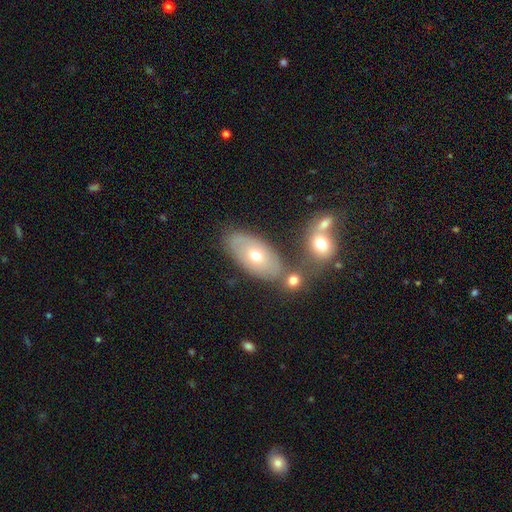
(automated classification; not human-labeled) Overall: smooth (50%; featured or disk 39%). How rounded: in between (89%). Merging: none (61%).